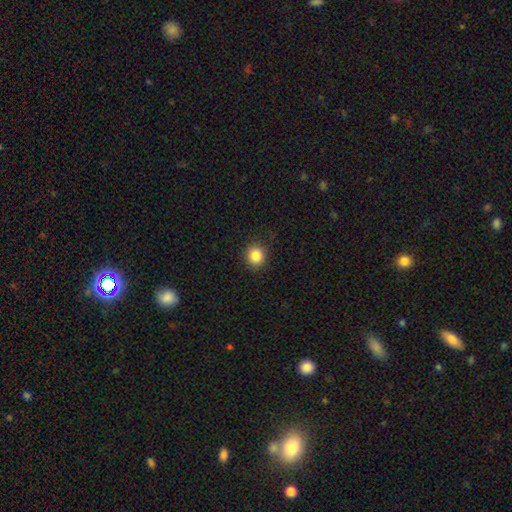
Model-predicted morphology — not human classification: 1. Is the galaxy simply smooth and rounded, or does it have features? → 85% smooth, 10% star or artifact, 5% featured or disk.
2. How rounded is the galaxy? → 89% round, 10% in between, 1% cigar-shaped.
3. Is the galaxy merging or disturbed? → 90% none, 7% minor disturbance, 2% major disturbance, 1% merger.